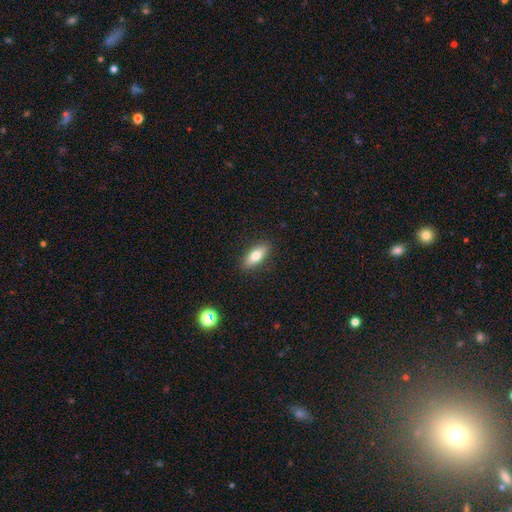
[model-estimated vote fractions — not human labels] Smooth or featured?
  - smooth: 75% *
  - featured or disk: 18%
  - star or artifact: 7%
How rounded?
  - in between: 74% *
  - cigar-shaped: 23%
  - round: 3%
Merging?
  - none: 88% *
  - minor disturbance: 8%
  - major disturbance: 2%
  - merger: 1%